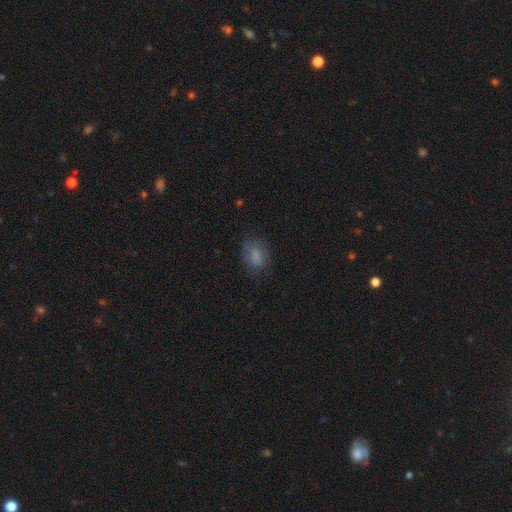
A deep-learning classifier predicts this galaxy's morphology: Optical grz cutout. It shows a smooth galaxy with no disk features (73%) that is in between round and cigar-shaped (71%). Merging: none (65%).